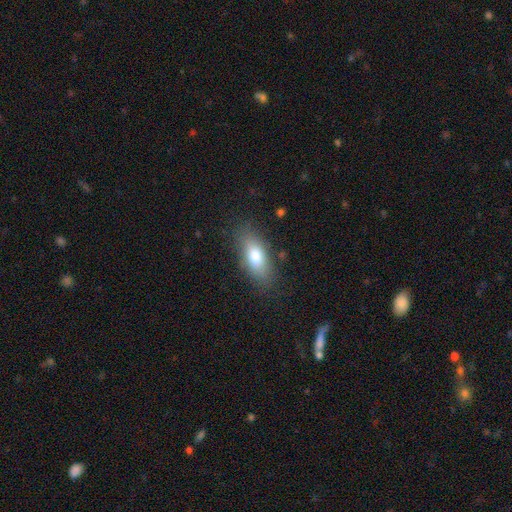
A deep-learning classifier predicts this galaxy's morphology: Overall: smooth (77%). How rounded: in between (78%). Merging: none (82%).